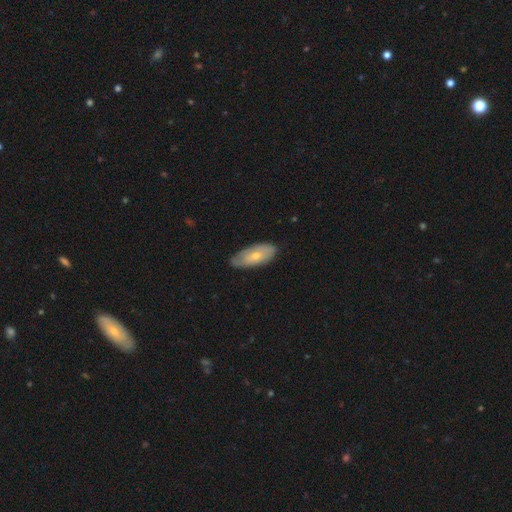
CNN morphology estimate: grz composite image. It shows a smooth galaxy with no disk features (60%) that is in between round and cigar-shaped (86%). Merging: none (73%).